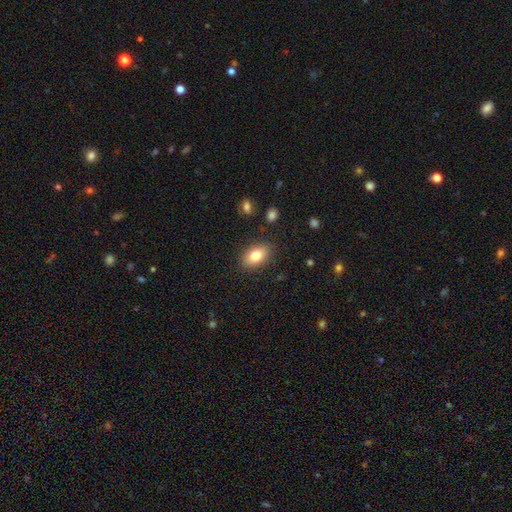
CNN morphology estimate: smooth 79%, featured or disk 13%, star or artifact 8%. Down the decision tree: how rounded — in between (87%); merging — none (86%).